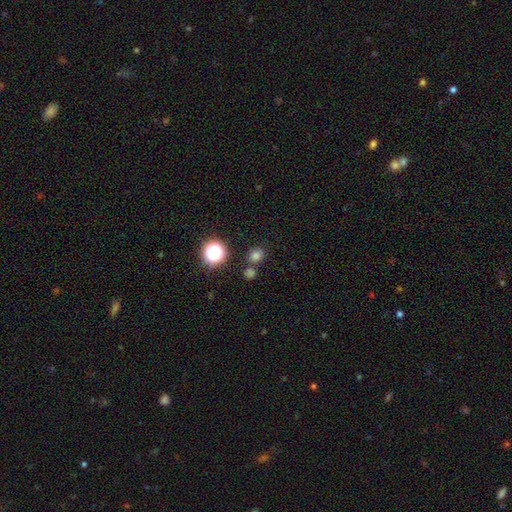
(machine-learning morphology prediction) Overall: smooth (73%). How rounded: round (69%; in between 30%). Merging: none (72%).